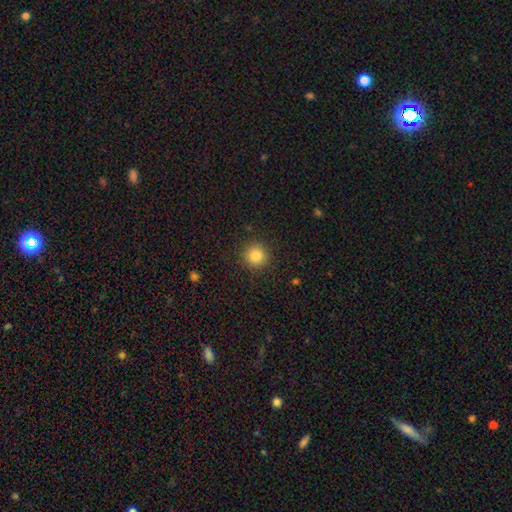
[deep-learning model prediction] smooth_or_featured: smooth (p=0.83) [alt: star or artifact p=0.11]
how_rounded: round (p=0.95) [alt: in between p=0.04]
merging: none (p=0.91) [alt: minor disturbance p=0.06]